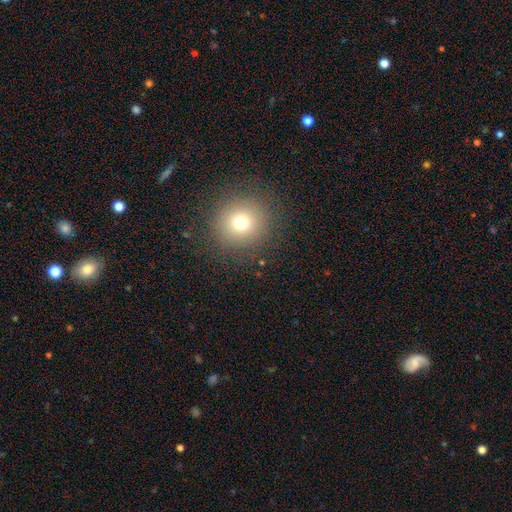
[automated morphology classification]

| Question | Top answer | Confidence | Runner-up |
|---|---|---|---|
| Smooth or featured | smooth | 69% | star or artifact (23%) |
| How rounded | round | 93% | in between (6%) |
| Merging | none | 91% | minor disturbance (5%) |